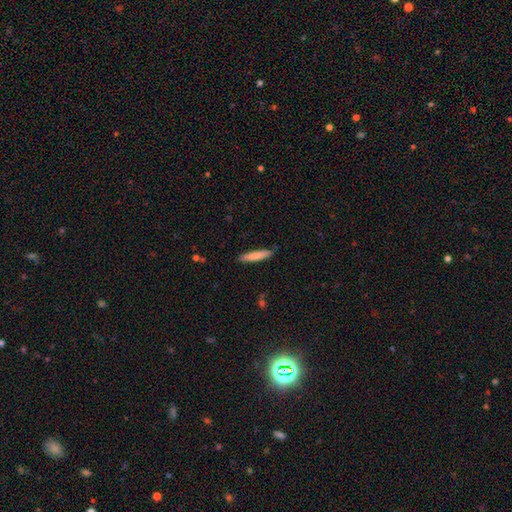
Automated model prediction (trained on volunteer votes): Smooth or featured?
  - smooth: 80% *
  - featured or disk: 14%
  - star or artifact: 6%
How rounded?
  - cigar-shaped: 89% *
  - in between: 10%
  - round: 1%
Merging?
  - none: 83% *
  - minor disturbance: 14%
  - major disturbance: 2%
  - merger: 1%